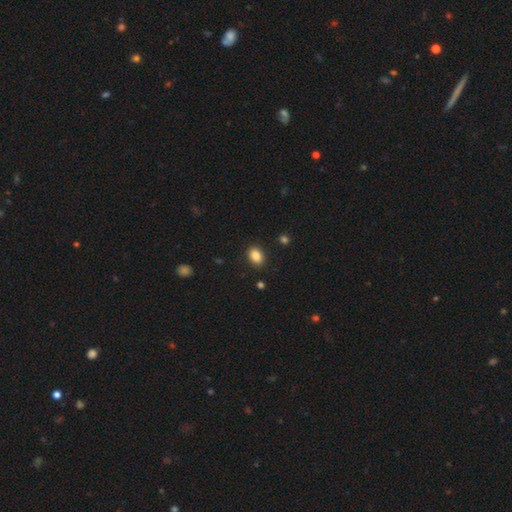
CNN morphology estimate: Overall: smooth (87%). How rounded: in between (75%). Merging: none (88%).